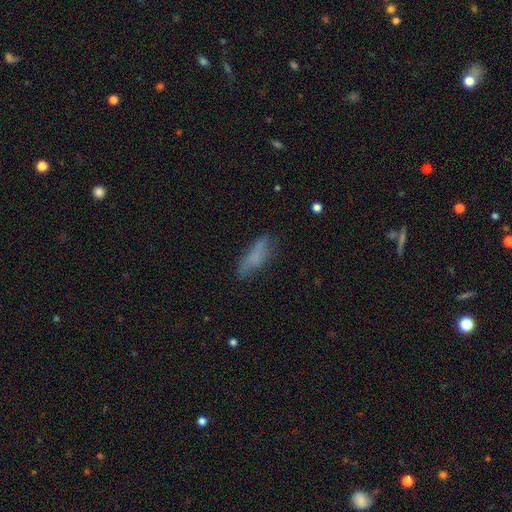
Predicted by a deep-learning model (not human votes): Morphology: type=smooth (69%); roundness=cigar-shaped (50%); merging=none (61%).